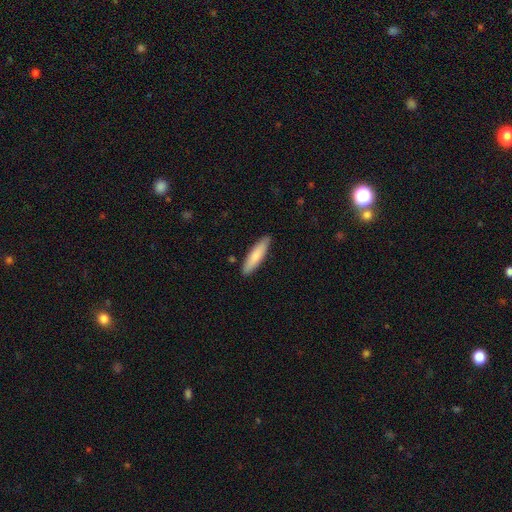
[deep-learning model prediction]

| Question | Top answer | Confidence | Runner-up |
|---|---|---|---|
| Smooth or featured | smooth | 77% | featured or disk (18%) |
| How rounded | cigar-shaped | 77% | in between (21%) |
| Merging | none | 88% | minor disturbance (9%) |